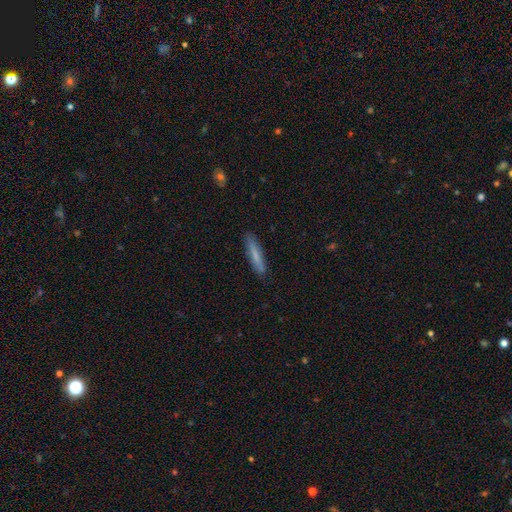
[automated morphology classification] smooth_or_featured: smooth (p=0.73) [alt: featured or disk p=0.21]
how_rounded: cigar-shaped (p=0.92) [alt: in between p=0.07]
merging: none (p=0.87) [alt: minor disturbance p=0.10]